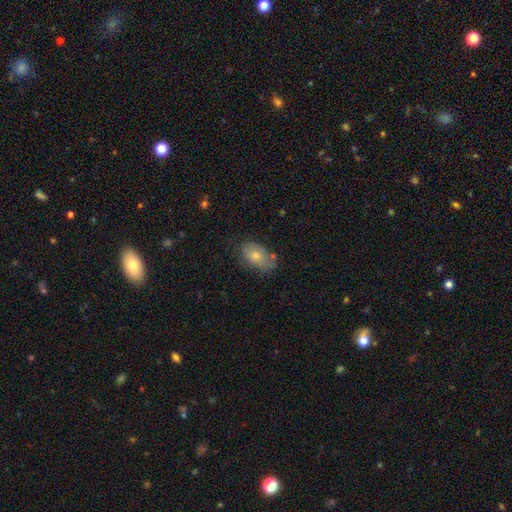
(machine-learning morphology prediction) This appears to be a smooth galaxy with no disk features (73%) that is in between round and cigar-shaped (88%). Merging: none (56%).